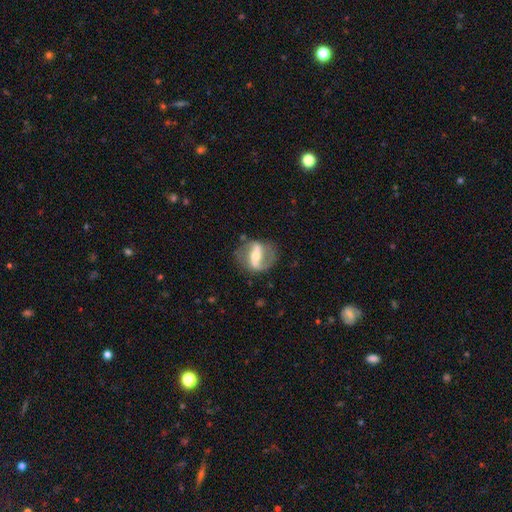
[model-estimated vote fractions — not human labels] Q: Smooth or featured?
A: featured or disk (78%); runner-up: smooth (16%)
Q: Edge-on disk?
A: no (93%); runner-up: yes (7%)
Q: Bar?
A: strong (59%); runner-up: weak (27%)
Q: Spiral arms?
A: yes (80%); runner-up: no (20%)
Q: Spiral winding?
A: loose (48%); runner-up: medium (38%)
Q: Spiral arm count?
A: 2 (82%); runner-up: 1 (9%)
Q: Bulge size?
A: moderate (56%); runner-up: small (35%)
Q: Merging?
A: none (71%); runner-up: minor disturbance (16%)